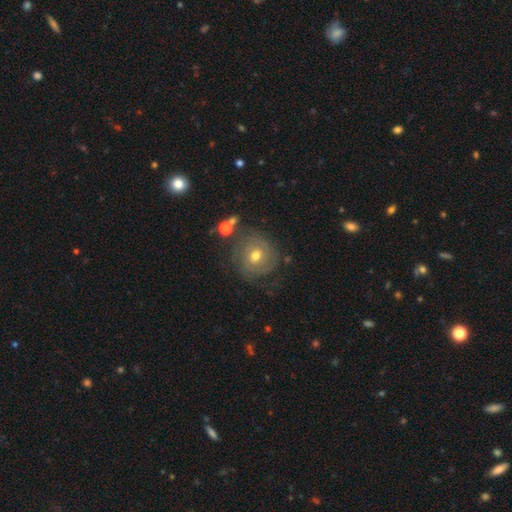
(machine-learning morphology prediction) Smooth or featured?
  - featured or disk: 66% *
  - smooth: 25%
  - star or artifact: 9%
Edge-on disk?
  - no: 97% *
  - yes: 3%
Bar?
  - no: 70% *
  - weak: 25%
  - strong: 5%
Spiral arms?
  - yes: 84% *
  - no: 16%
Spiral winding?
  - tight: 70% *
  - medium: 22%
  - loose: 8%
Spiral arm count?
  - can't tell: 40% *
  - 2: 27%
  - 3: 16%
  - 4: 6%
  - 1: 6%
  - more than 4: 5%
Bulge size?
  - moderate: 73% *
  - small: 20%
  - large: 4%
  - none: 1%
  - dominant: 1%
Merging?
  - none: 69% *
  - minor disturbance: 17%
  - major disturbance: 10%
  - merger: 4%